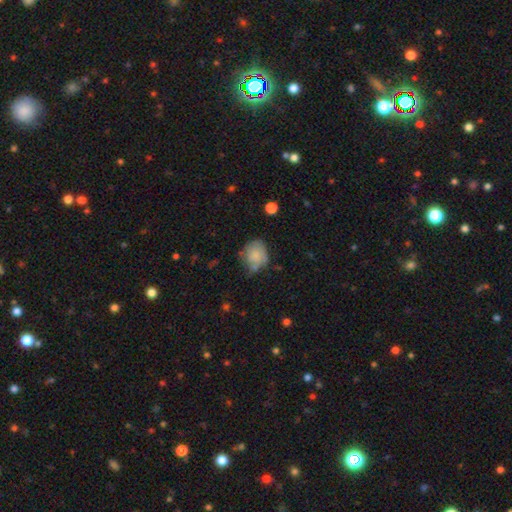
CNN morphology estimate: smooth-or-featured: smooth: 73% | featured or disk: 18% | star or artifact: 9%
  how-rounded: round: 58% | in between: 41% | cigar-shaped: 1%
  merging: none: 45% | minor disturbance: 34% | major disturbance: 13% | merger: 8%